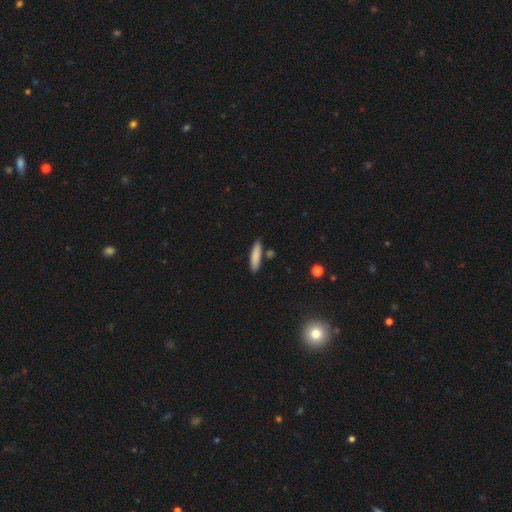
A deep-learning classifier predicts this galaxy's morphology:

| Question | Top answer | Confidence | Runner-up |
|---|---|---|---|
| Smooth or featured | smooth | 84% | featured or disk (10%) |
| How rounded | cigar-shaped | 79% | in between (20%) |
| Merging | none | 82% | minor disturbance (10%) |